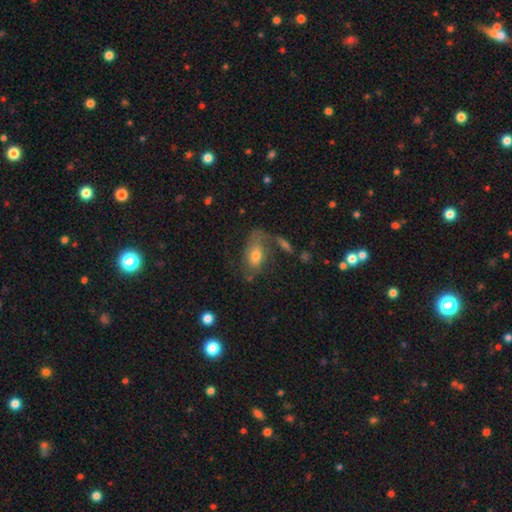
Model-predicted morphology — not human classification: smooth_or_featured: smooth (p=0.58) [alt: featured or disk p=0.33]
how_rounded: in between (p=0.86) [alt: round p=0.09]
merging: none (p=0.45) [alt: minor disturbance p=0.22]